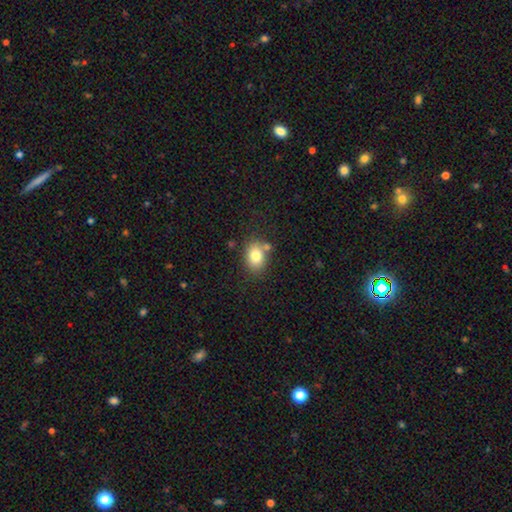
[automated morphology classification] Smooth or featured? smooth (80%)
How rounded? in between (65%)
Merging? none (71%)